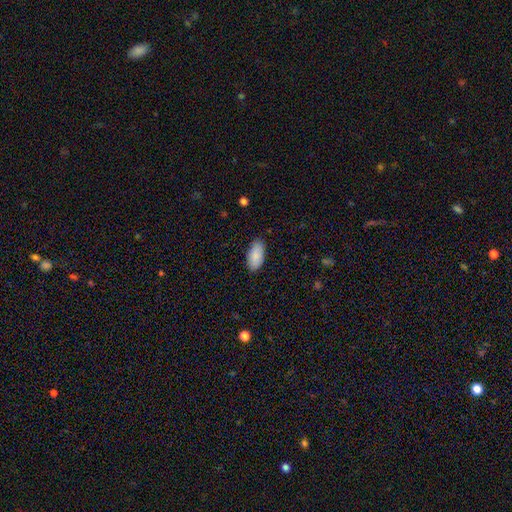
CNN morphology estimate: smooth 88%, star or artifact 6%, featured or disk 5%. Down the decision tree: how rounded — in between (94%); merging — none (86%).